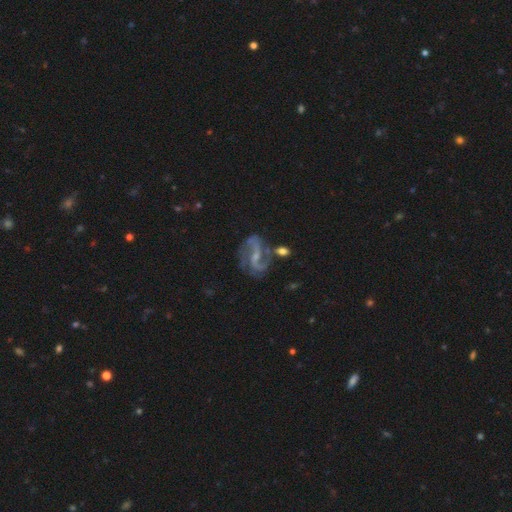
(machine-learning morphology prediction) Smooth or featured?
  - featured or disk: 87% *
  - star or artifact: 7%
  - smooth: 6%
Edge-on disk?
  - no: 97% *
  - yes: 3%
Bar?
  - weak: 45% *
  - strong: 33%
  - no: 22%
Spiral arms?
  - yes: 96% *
  - no: 4%
Spiral winding?
  - medium: 45% *
  - loose: 44%
  - tight: 12%
Spiral arm count?
  - 2: 88% *
  - can't tell: 4%
  - 3: 3%
  - 1: 2%
  - 4: 1%
  - more than 4: 1%
Bulge size?
  - small: 63% *
  - moderate: 22%
  - none: 12%
  - large: 1%
  - dominant: 1%
Merging?
  - none: 60% *
  - minor disturbance: 19%
  - major disturbance: 12%
  - merger: 10%